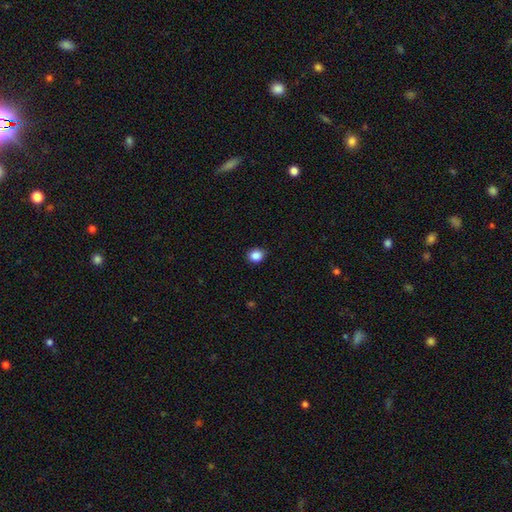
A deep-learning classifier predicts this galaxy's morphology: type=smooth (86%); roundness=round (73%); merging=none (87%).